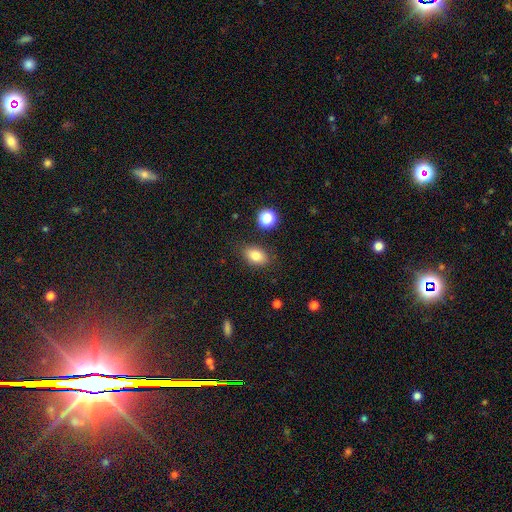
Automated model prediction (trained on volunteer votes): smooth_or_featured: smooth (p=0.80) [alt: star or artifact p=0.10]
how_rounded: in between (p=0.85) [alt: round p=0.14]
merging: none (p=0.84) [alt: minor disturbance p=0.11]